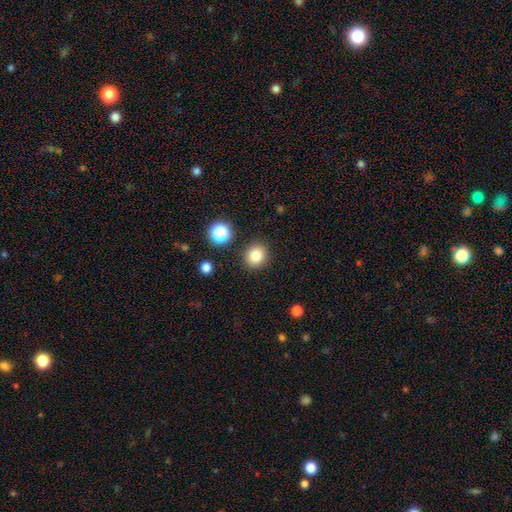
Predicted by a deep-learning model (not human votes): A smooth galaxy with no disk features (80%) that is round (79%).

Vote fractions:
- Smooth or featured? smooth: 80% / star or artifact: 13% / featured or disk: 7%
- How rounded? round: 79% / in between: 20% / cigar-shaped: 1%
- Merging? none: 88% / minor disturbance: 7% / merger: 3% / major disturbance: 2%